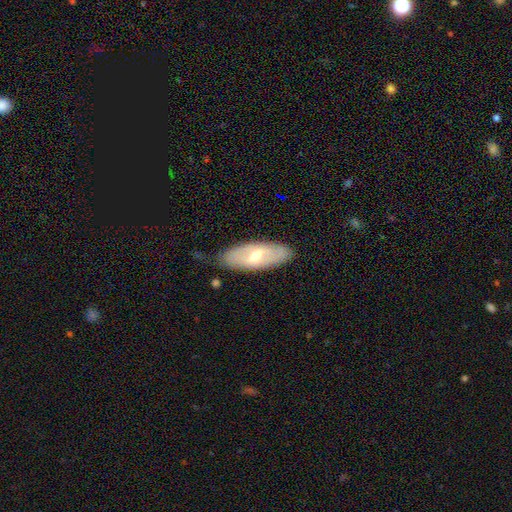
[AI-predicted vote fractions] Smooth or featured? featured or disk (52%)
Edge-on disk? no (75%)
Merging? none (79%)